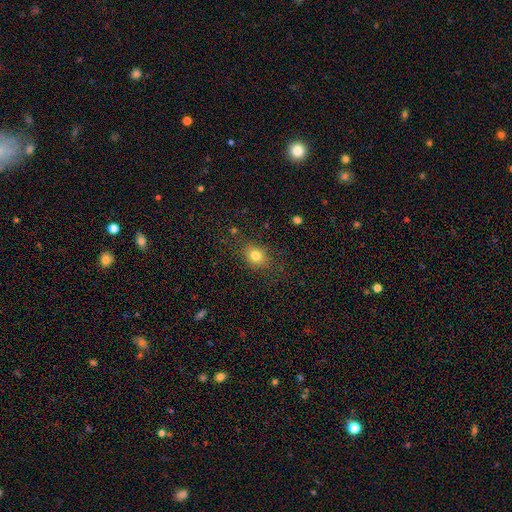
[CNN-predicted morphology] The model was most divided on "how rounded": in between: 51%, round: 47%, cigar-shaped: 2%. More confident: merging — none (79%); smooth or featured — smooth (79%).